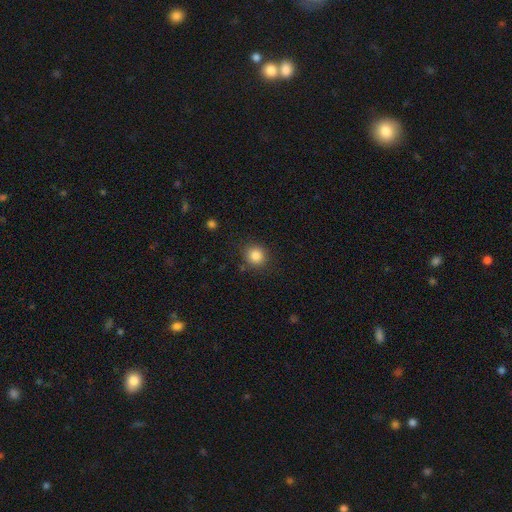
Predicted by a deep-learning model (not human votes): Smooth or featured? smooth (85%)
How rounded? round (89%)
Merging? none (87%)